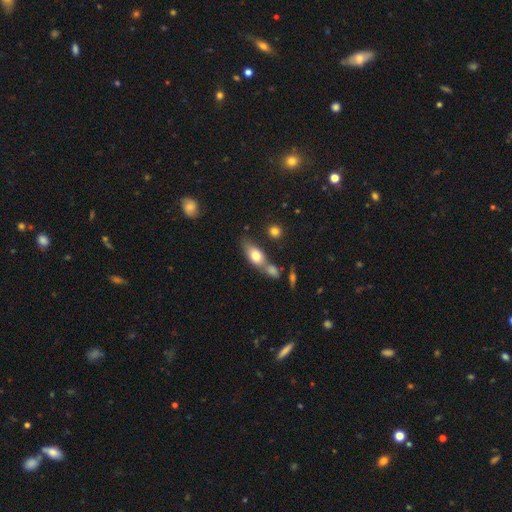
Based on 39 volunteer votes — Smooth or featured?
  - smooth: 77% *
  - featured or disk: 23%
  - star or artifact: 0%
How rounded?
  - in between: 77% *
  - cigar-shaped: 23%
  - round: 0%
Merging?
  - merger: 59% *
  - none: 15%
  - minor disturbance: 13%
  - major disturbance: 13%